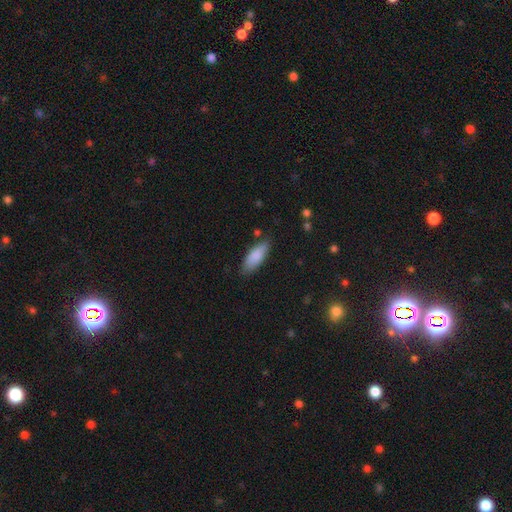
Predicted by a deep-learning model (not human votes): Morphology: type=smooth (86%); roundness=in between (74%); merging=none (79%).